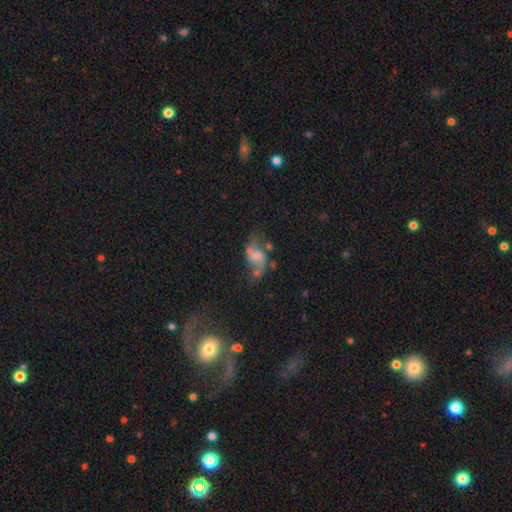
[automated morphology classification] This appears to be a featured or disk galaxy (64%) with no bar (49%), spiral arms (68%) and a small central bulge (32%). Merging: none (35%).